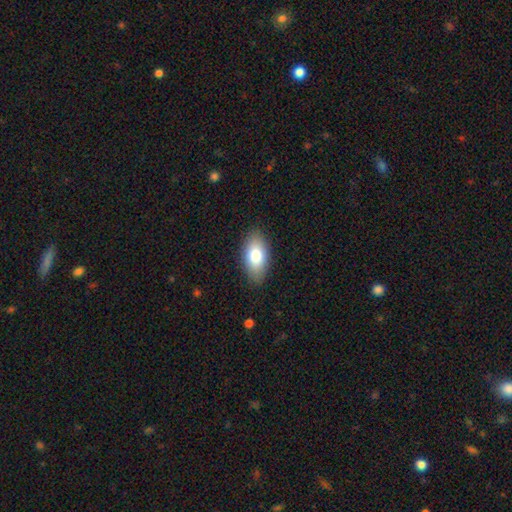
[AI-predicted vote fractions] The model was most divided on "smooth or featured": smooth: 79%, featured or disk: 14%, star or artifact: 7%. More confident: how rounded — in between (92%); merging — none (87%).